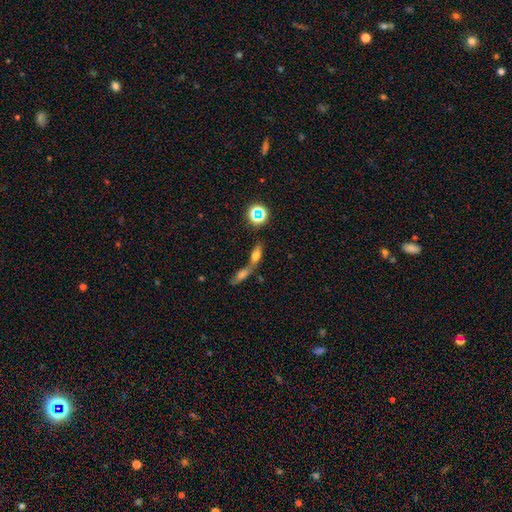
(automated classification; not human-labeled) This is likely a smooth galaxy (62%). How rounded: likely in between (63%). Merging: possibly merger (53%).